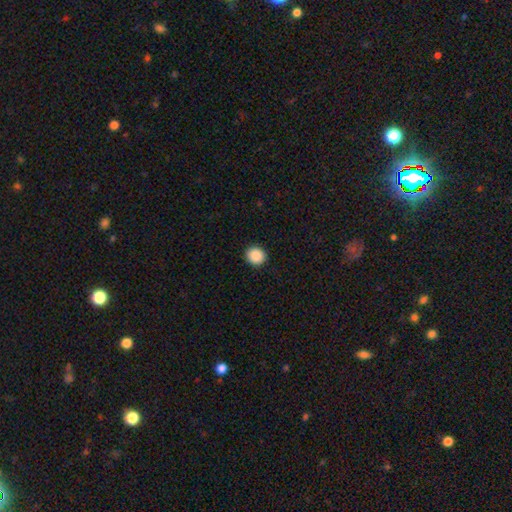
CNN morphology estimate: Smooth or featured? smooth (89%)
How rounded? round (86%)
Merging? none (92%)